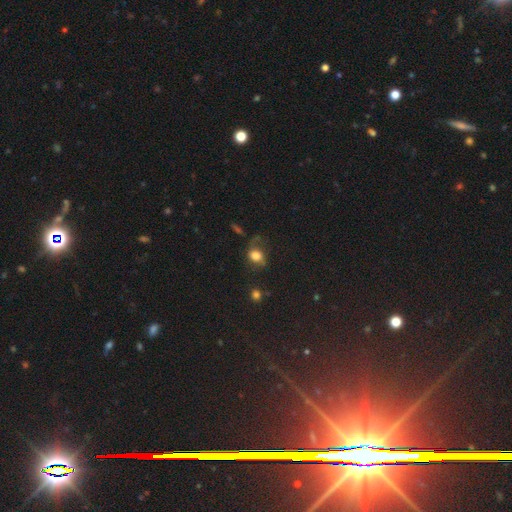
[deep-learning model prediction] This is likely a smooth galaxy (68%). How rounded: possibly in between (52%). Merging: possibly none (45%).